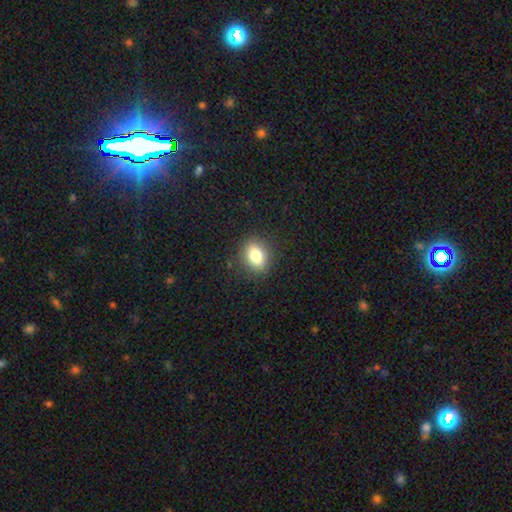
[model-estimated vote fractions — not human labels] This is clearly a smooth galaxy (80%). How rounded: likely in between (67%). Merging: clearly none (86%).